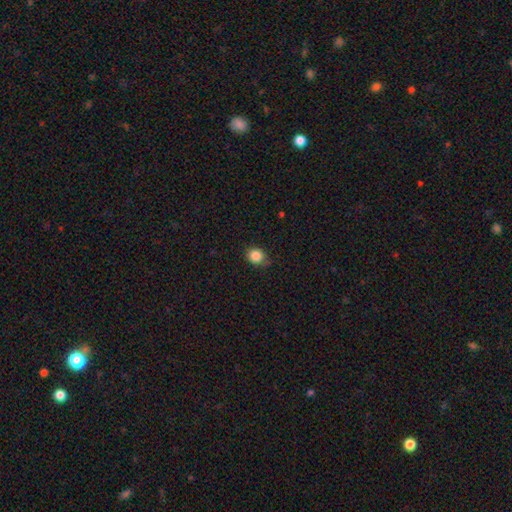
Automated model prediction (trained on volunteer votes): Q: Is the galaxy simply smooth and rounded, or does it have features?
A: smooth — 85%.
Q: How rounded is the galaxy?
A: round — 77%.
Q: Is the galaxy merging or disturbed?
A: none — 75%.